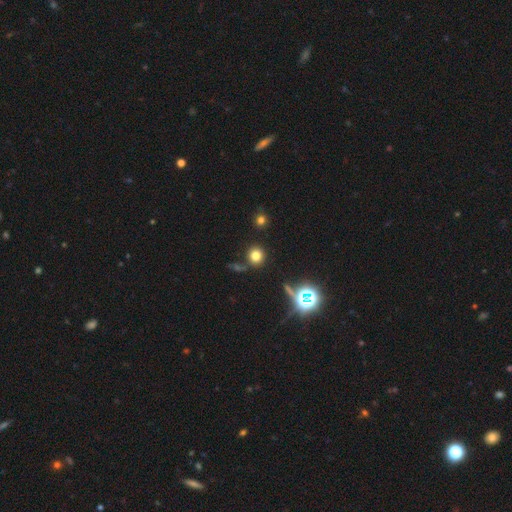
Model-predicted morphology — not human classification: Smooth or featured?
  - smooth: 72% *
  - star or artifact: 20%
  - featured or disk: 8%
How rounded?
  - round: 90% *
  - in between: 9%
  - cigar-shaped: 1%
Merging?
  - none: 81% *
  - minor disturbance: 8%
  - merger: 7%
  - major disturbance: 4%